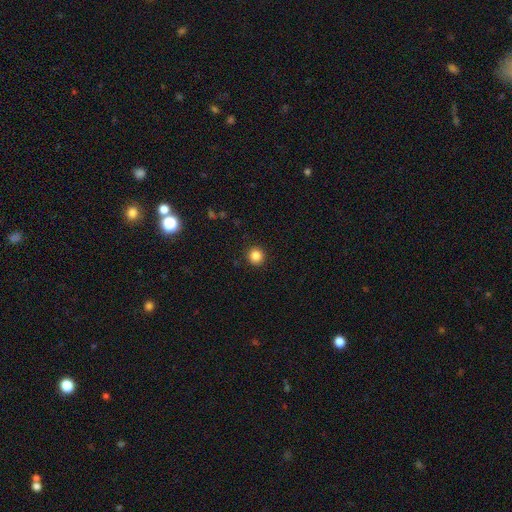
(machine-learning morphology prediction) Q: Smooth or featured?
A: smooth (85%); runner-up: star or artifact (11%)
Q: How rounded?
A: round (94%); runner-up: in between (5%)
Q: Merging?
A: none (92%); runner-up: minor disturbance (5%)